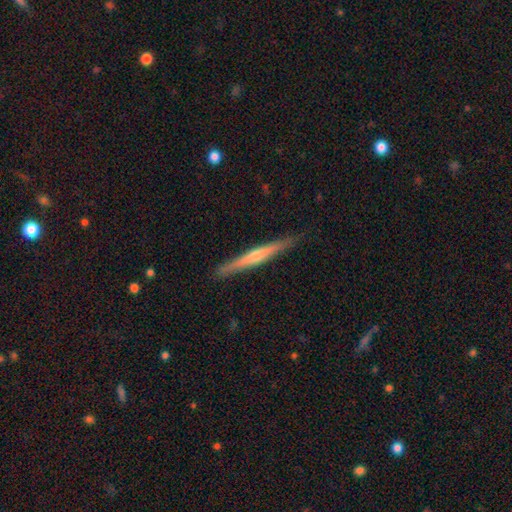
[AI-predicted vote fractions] Smooth or featured: featured or disk — 68% (smooth — 26%)
Edge-on disk: yes — 98% (no — 2%)
Edge-on bulge: rounded — 69% (none — 27%)
Merging: none — 90% (minor disturbance — 7%)